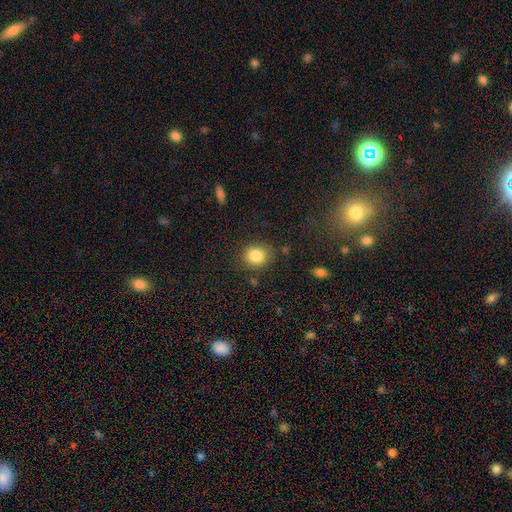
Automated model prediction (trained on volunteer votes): This is clearly a smooth galaxy (85%). How rounded: likely round (70%). Merging: clearly none (82%).